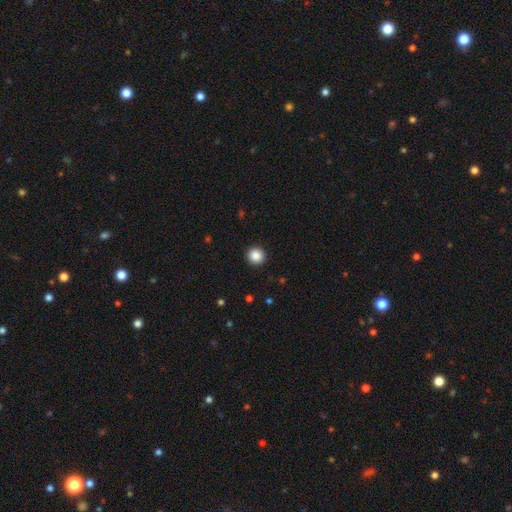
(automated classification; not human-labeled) Smooth or featured? smooth (87%)
How rounded? round (95%)
Merging? none (93%)